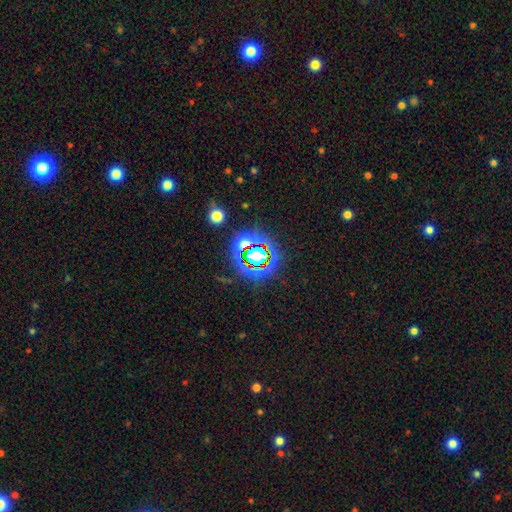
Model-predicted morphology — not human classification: The model was most divided on "smooth or featured": star or artifact: 67%, smooth: 21%, featured or disk: 12%.